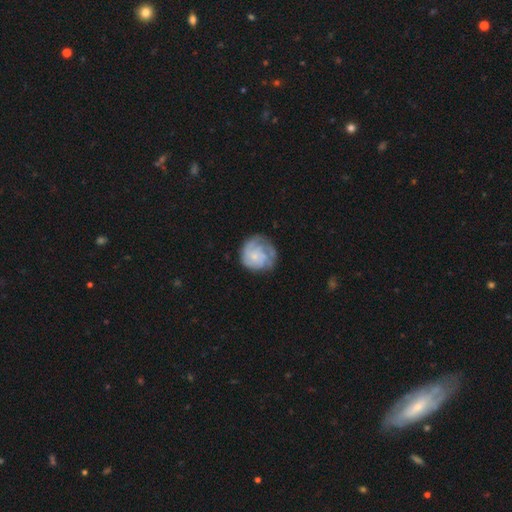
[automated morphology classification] Smooth or featured? Predicted: featured or disk (p=0.67). Edge-on disk? Predicted: no (p=0.98). Bar? Predicted: no (p=0.78). Spiral arms? Predicted: yes (p=0.88). Spiral winding? Predicted: tight (p=0.61). Spiral arm count? Predicted: can't tell (p=0.36). Bulge size? Predicted: small (p=0.57). Merging? Predicted: none (p=0.63).